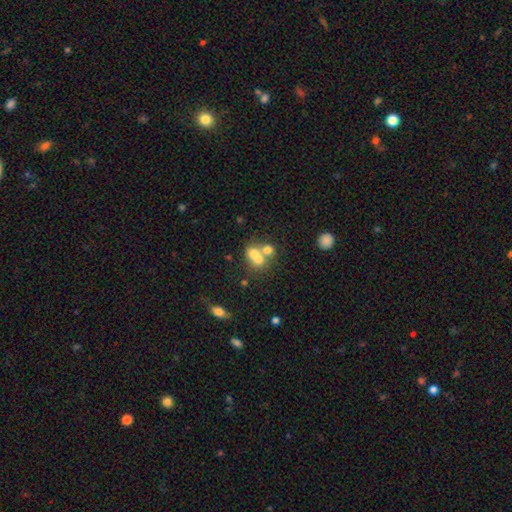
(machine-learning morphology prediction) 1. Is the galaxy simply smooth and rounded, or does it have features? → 63% smooth, 23% featured or disk, 14% star or artifact.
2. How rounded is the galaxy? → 51% in between, 47% round, 2% cigar-shaped.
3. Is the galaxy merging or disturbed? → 61% merger, 25% none, 8% minor disturbance, 6% major disturbance.